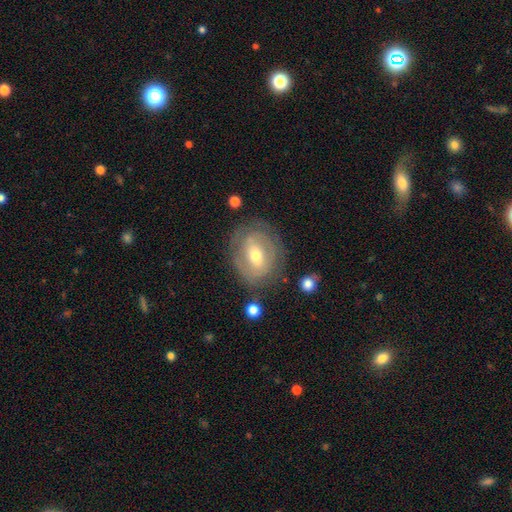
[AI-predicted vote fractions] Smooth or featured? Predicted: featured or disk (p=0.70). Edge-on disk? Predicted: no (p=0.95). Bar? Predicted: weak (p=0.44). Spiral arms? Predicted: yes (p=0.70). Bulge size? Predicted: moderate (p=0.62). Merging? Predicted: none (p=0.74).